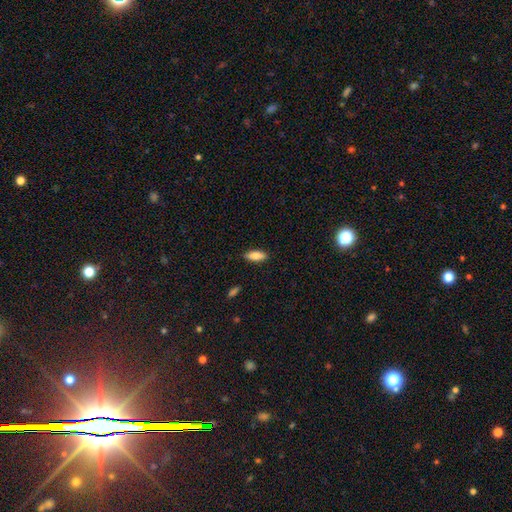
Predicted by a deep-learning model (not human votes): Smooth or featured?
  - smooth: 82% *
  - featured or disk: 12%
  - star or artifact: 6%
How rounded?
  - in between: 74% *
  - cigar-shaped: 24%
  - round: 2%
Merging?
  - none: 89% *
  - minor disturbance: 8%
  - major disturbance: 2%
  - merger: 1%